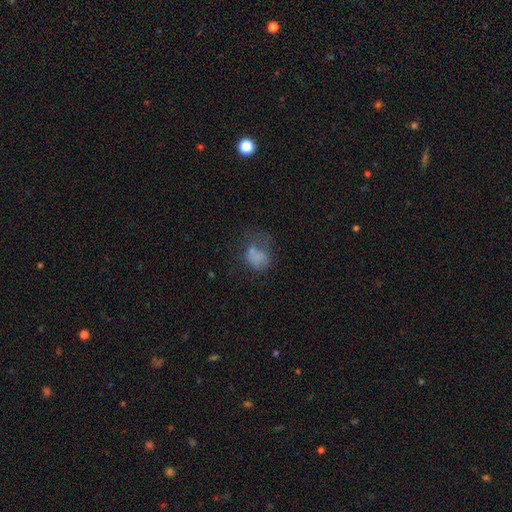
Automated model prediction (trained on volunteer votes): Smooth or featured: smooth — 61% (featured or disk — 23%)
How rounded: in between — 54% (round — 45%)
Merging: major disturbance — 36% (none — 31%)